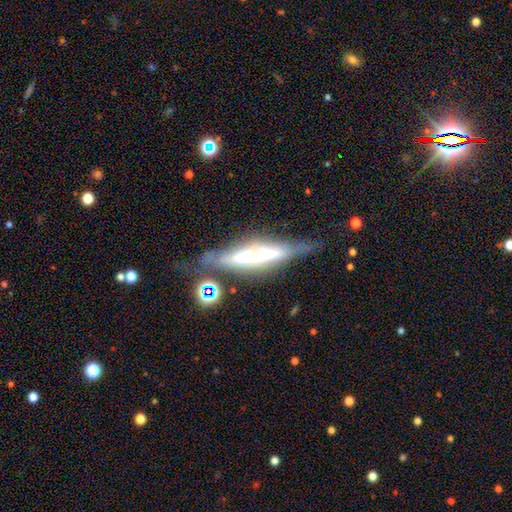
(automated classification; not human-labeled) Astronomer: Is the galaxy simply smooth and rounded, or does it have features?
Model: featured or disk — 71%.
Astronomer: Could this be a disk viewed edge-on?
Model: yes — 85%.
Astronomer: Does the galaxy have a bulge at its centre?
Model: boxy — 43% (runner-up: none, 31%).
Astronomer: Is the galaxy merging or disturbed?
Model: none — 61%.